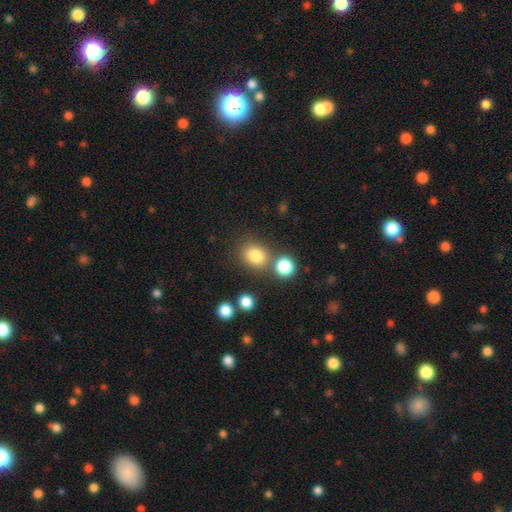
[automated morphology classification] Smooth or featured? Predicted: smooth (p=0.81). How rounded? Predicted: round (p=0.64). Merging? Predicted: none (p=0.68).